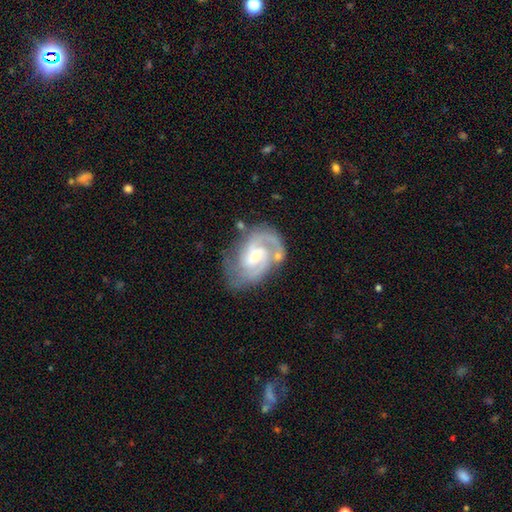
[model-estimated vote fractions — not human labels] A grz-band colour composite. It shows a featured or disk galaxy (89%) with a weak bar (48%), 2 (69%) medium (46%) spiral arms (97%) and a small central bulge (53%). Merging: none (66%).